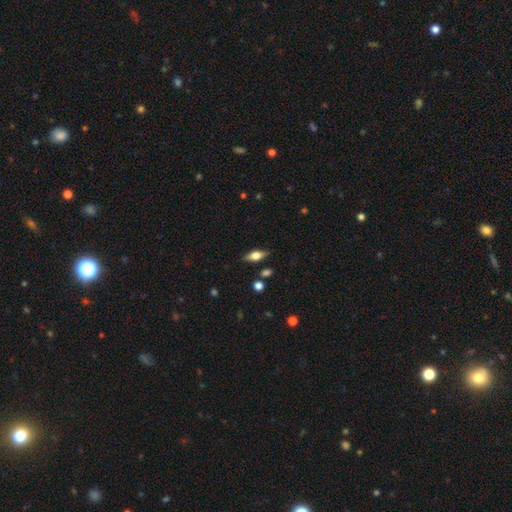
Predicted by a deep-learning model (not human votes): Overall: smooth (48%; featured or disk 44%). Merging: none (84%).